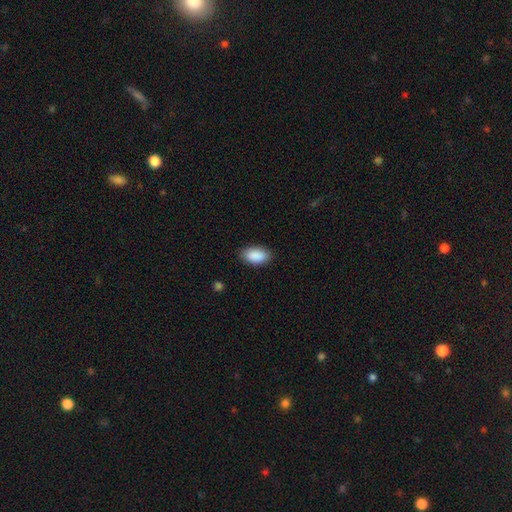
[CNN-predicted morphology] smooth 90%, star or artifact 6%, featured or disk 3%. Down the decision tree: how rounded — in between (94%); merging — none (86%).